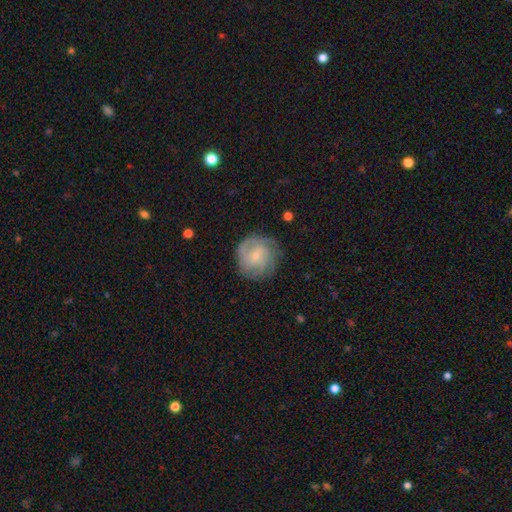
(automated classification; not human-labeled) A featured or disk galaxy (69%) with no bar (55%), tight (48%) spiral arms (91%) and a small central bulge (74%). Merging: none (77%).